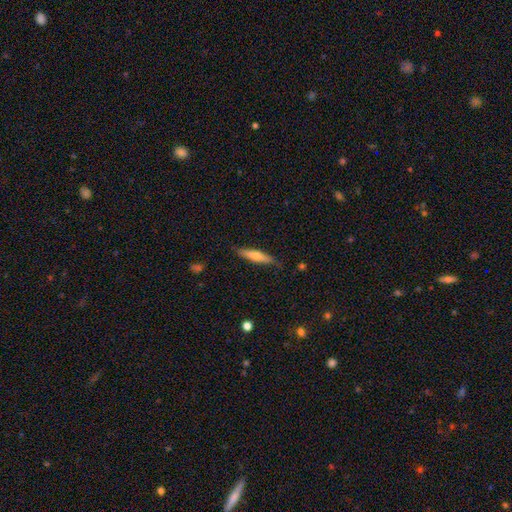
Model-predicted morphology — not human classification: smooth_or_featured: smooth (p=0.57) [alt: featured or disk p=0.37]
how_rounded: cigar-shaped (p=0.83) [alt: in between p=0.16]
merging: none (p=0.84) [alt: minor disturbance p=0.13]